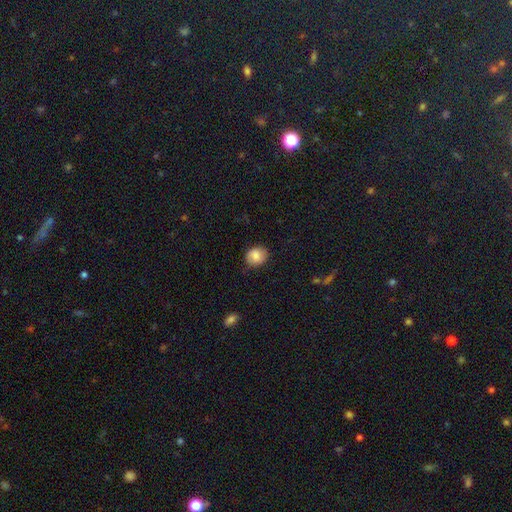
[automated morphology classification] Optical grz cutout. It shows a smooth galaxy with no disk features (80%) that is round (62%). Merging: none (81%).